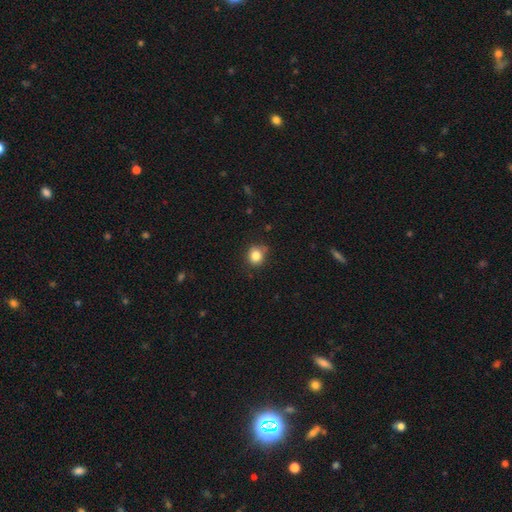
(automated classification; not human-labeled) This is clearly a smooth galaxy (83%). How rounded: clearly round (83%). Merging: likely none (78%).